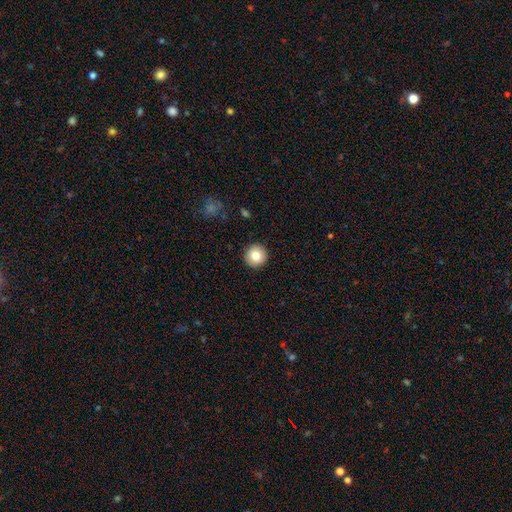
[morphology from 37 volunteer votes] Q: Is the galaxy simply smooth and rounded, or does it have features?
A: smooth — 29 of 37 (78%).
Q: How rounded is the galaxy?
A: round — 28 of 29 (97%).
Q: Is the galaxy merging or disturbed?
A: none — 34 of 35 (97%).